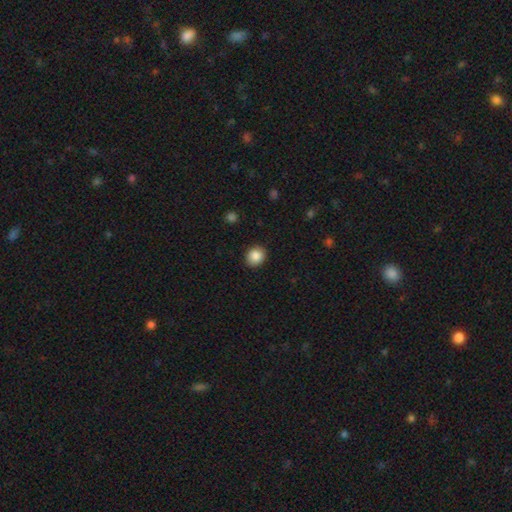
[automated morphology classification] This appears to be a smooth galaxy with no disk features (87%) that is round (73%). Merging: none (90%).